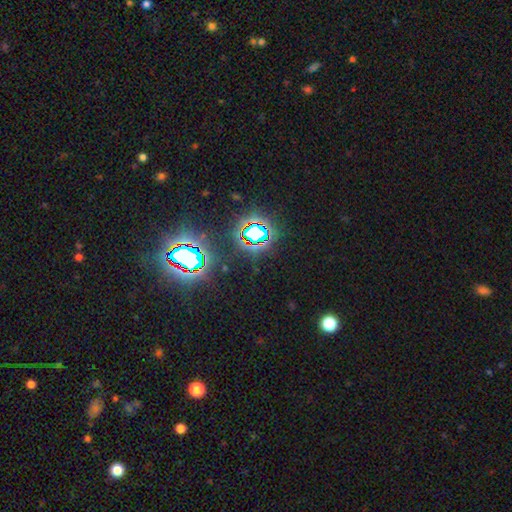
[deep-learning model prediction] Smooth or featured?
  - star or artifact: 81% *
  - smooth: 12%
  - featured or disk: 7%